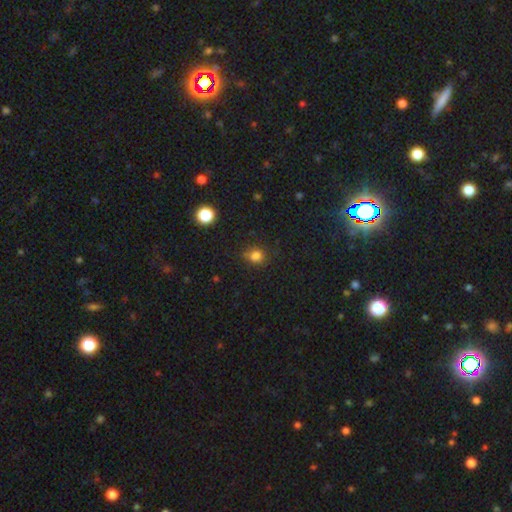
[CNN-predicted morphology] smooth 78%, star or artifact 16%, featured or disk 5%. Down the decision tree: how rounded — round (76%); merging — none (72%).